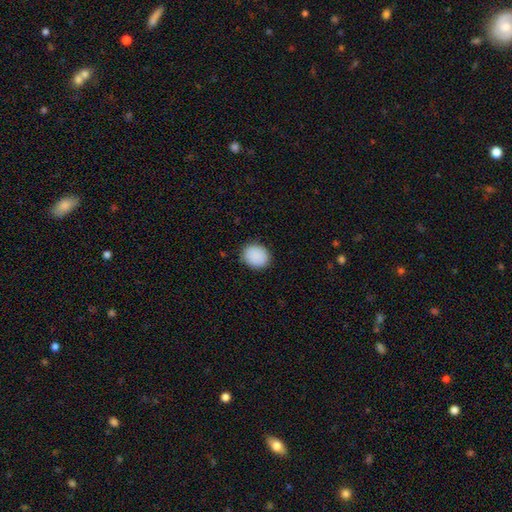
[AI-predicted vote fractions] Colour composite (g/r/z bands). It shows a smooth galaxy with no disk features (90%) that is round (69%). Merging: none (87%).